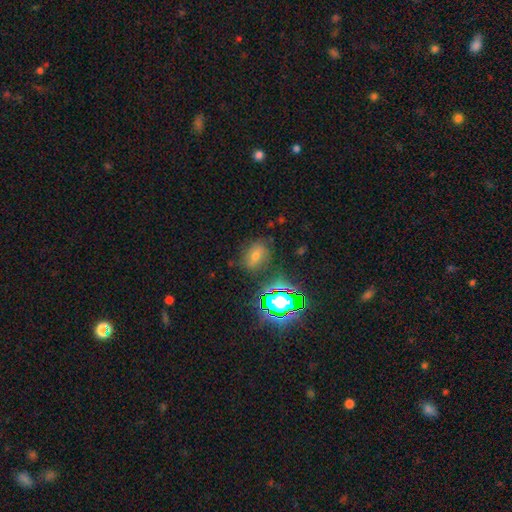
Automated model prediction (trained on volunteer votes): Q: Smooth or featured?
A: star or artifact (42%); runner-up: smooth (38%)